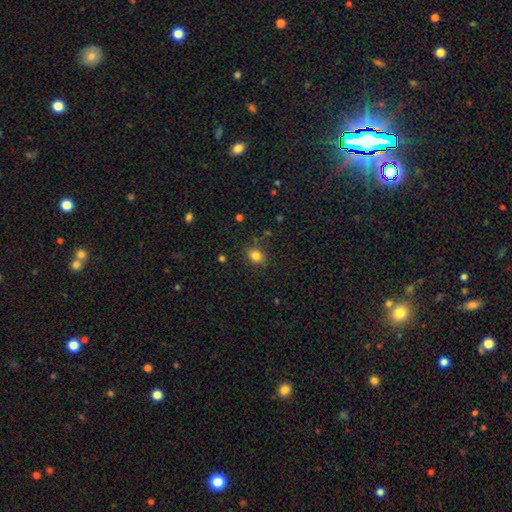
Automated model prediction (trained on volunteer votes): Smooth or featured?
  - smooth: 82% *
  - star or artifact: 11%
  - featured or disk: 6%
How rounded?
  - in between: 64% *
  - round: 35%
  - cigar-shaped: 1%
Merging?
  - none: 83% *
  - minor disturbance: 12%
  - major disturbance: 3%
  - merger: 2%